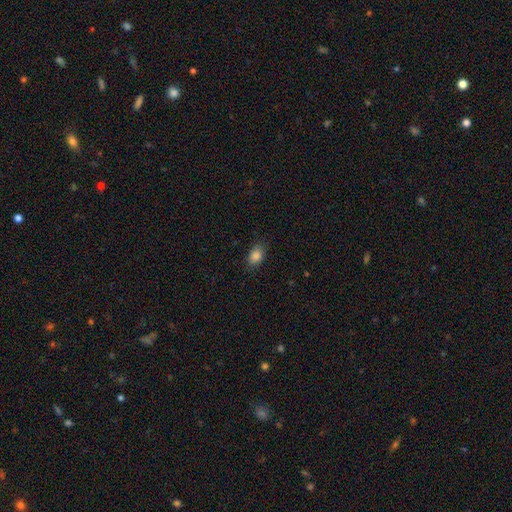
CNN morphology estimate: Q: Smooth or featured?
A: smooth (85%); runner-up: star or artifact (10%)
Q: How rounded?
A: in between (79%); runner-up: round (19%)
Q: Merging?
A: none (83%); runner-up: minor disturbance (13%)